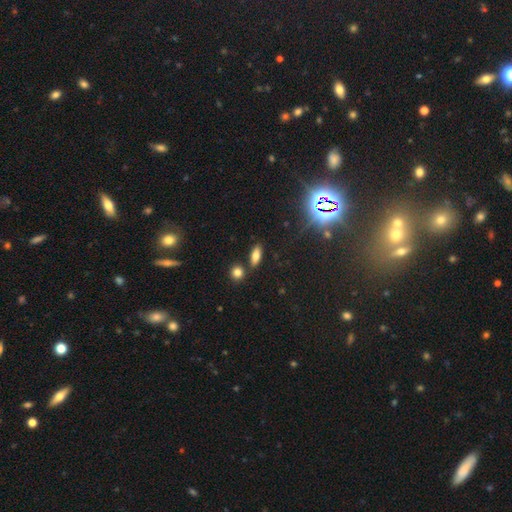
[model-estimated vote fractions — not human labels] Smooth or featured: smooth — 72% (star or artifact — 15%)
How rounded: in between — 71% (cigar-shaped — 23%)
Merging: none — 81% (minor disturbance — 10%)